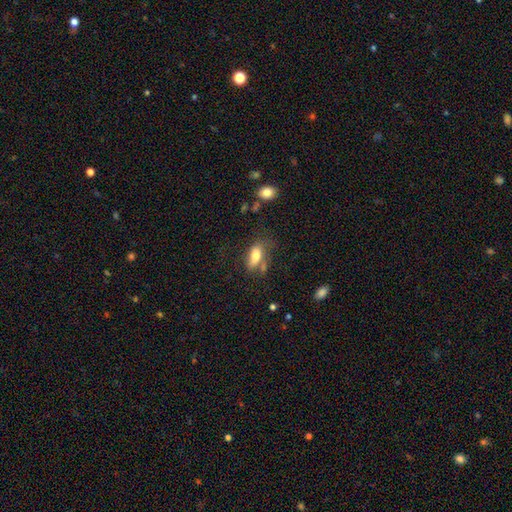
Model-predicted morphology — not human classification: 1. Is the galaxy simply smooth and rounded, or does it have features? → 74% smooth, 17% featured or disk, 9% star or artifact.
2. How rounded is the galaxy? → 84% in between, 12% cigar-shaped, 5% round.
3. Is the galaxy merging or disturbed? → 50% none, 23% minor disturbance, 13% major disturbance, 13% merger.